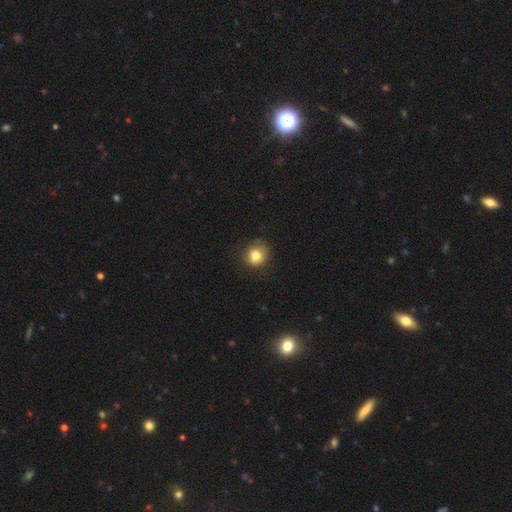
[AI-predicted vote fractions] Q: Smooth or featured?
A: smooth (82%); runner-up: star or artifact (10%)
Q: How rounded?
A: round (86%); runner-up: in between (13%)
Q: Merging?
A: none (80%); runner-up: minor disturbance (15%)